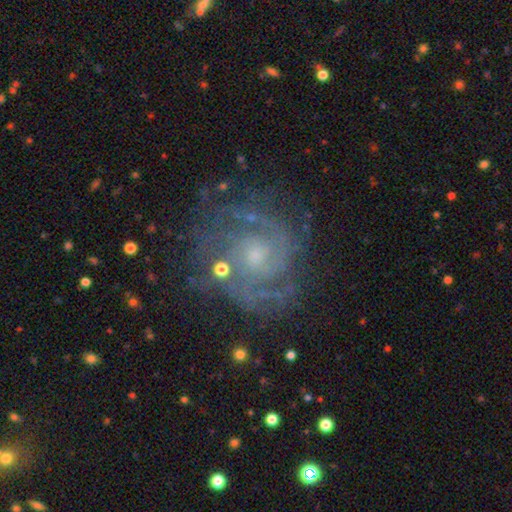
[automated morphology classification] This is clearly a featured or disk galaxy (85%). It is clearly not viewed edge-on (98%). Bar: likely no (71%). Spiral arm pattern: clearly yes (95%). Spiral arm count: marginally 2 (29%). Spiral winding: likely tight (61%). Central bulge: likely small (63%). Merging: likely none (73%).